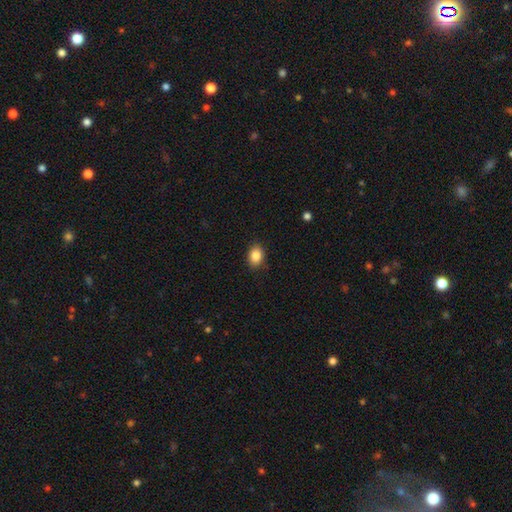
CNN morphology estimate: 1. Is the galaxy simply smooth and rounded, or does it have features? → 86% smooth, 9% star or artifact, 5% featured or disk.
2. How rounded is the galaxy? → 71% in between, 28% round, 1% cigar-shaped.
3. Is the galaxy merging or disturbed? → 87% none, 10% minor disturbance, 2% major disturbance, 1% merger.